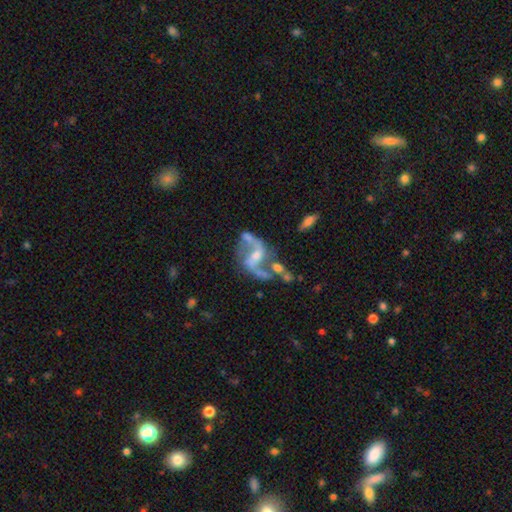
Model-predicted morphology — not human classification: Smooth or featured? Predicted: featured or disk (p=0.87). Edge-on disk? Predicted: no (p=0.97). Bar? Predicted: weak (p=0.43). Spiral arms? Predicted: yes (p=0.94). Spiral winding? Predicted: loose (p=0.64). Spiral arm count? Predicted: 2 (p=0.91). Bulge size? Predicted: small (p=0.45). Merging? Predicted: none (p=0.48).